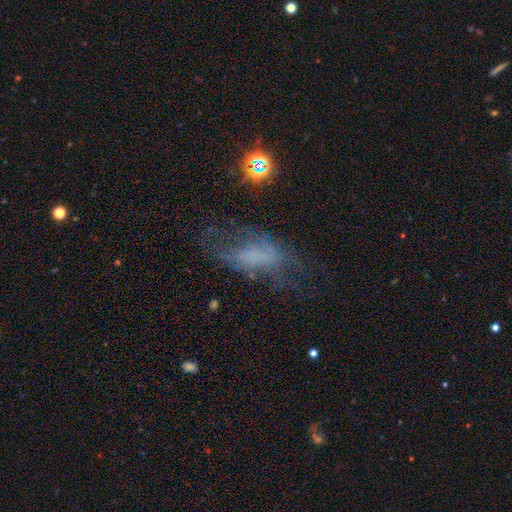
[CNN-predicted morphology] Overall: featured or disk (45%; smooth 36%). Merging: none (42%; major disturbance 31%).